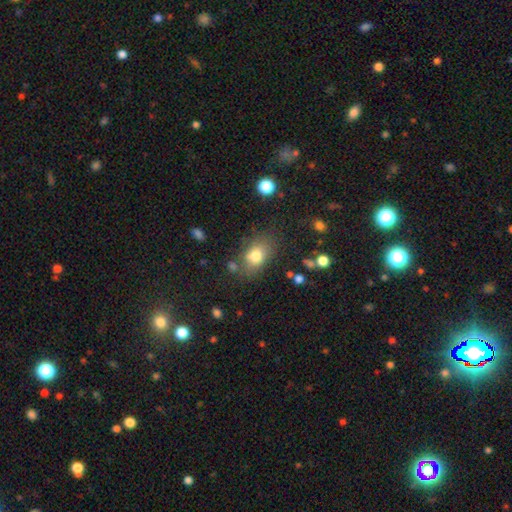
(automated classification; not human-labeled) Morphology: type=smooth (77%); roundness=in between (75%); merging=none (70%).